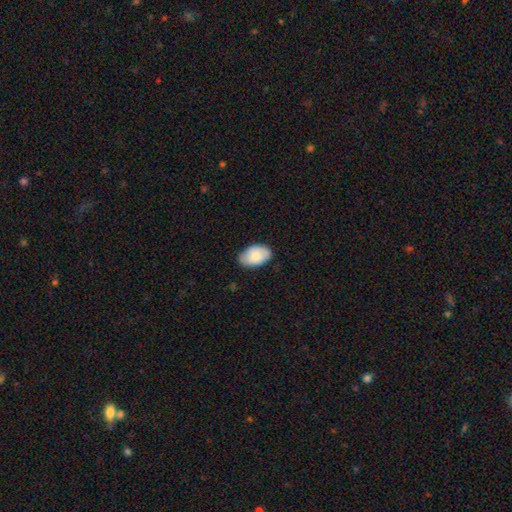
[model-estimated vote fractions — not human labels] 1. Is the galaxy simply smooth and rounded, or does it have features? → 76% smooth, 18% featured or disk, 6% star or artifact.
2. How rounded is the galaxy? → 93% in between, 6% round, 1% cigar-shaped.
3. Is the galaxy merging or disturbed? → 78% none, 18% minor disturbance, 3% major disturbance, 1% merger.